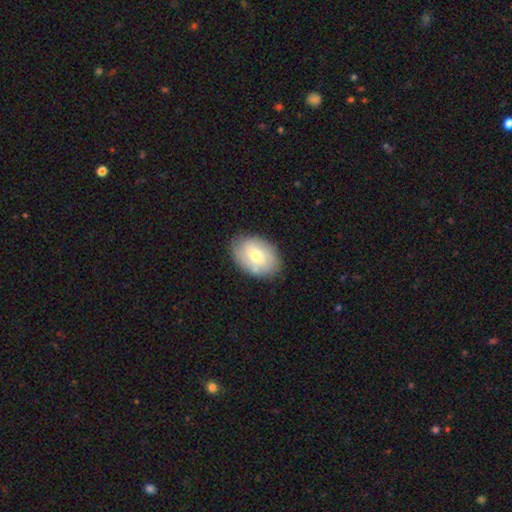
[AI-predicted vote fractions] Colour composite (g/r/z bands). It shows a smooth galaxy with no disk features (57%) that is in between round and cigar-shaped (79%). Merging: none (81%).